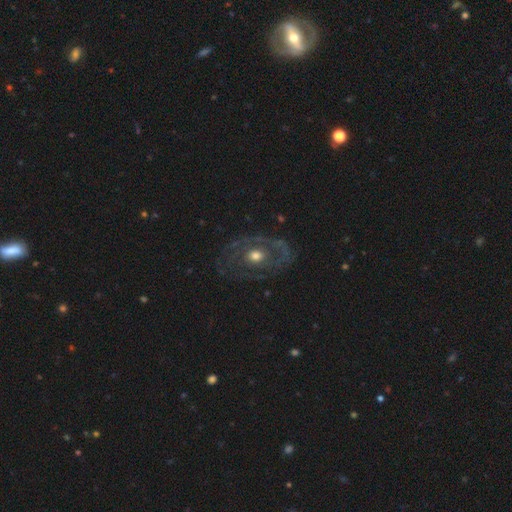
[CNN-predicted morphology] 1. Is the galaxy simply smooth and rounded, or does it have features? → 73% featured or disk, 20% smooth, 7% star or artifact.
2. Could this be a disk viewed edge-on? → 95% no, 5% yes.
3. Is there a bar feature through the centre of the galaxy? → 82% no, 14% weak, 4% strong.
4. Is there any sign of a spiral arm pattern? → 57% yes, 43% no.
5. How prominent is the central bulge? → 71% moderate, 15% small, 11% large, 1% dominant, 1% none.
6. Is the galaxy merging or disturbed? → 68% none, 17% minor disturbance, 13% major disturbance, 2% merger.